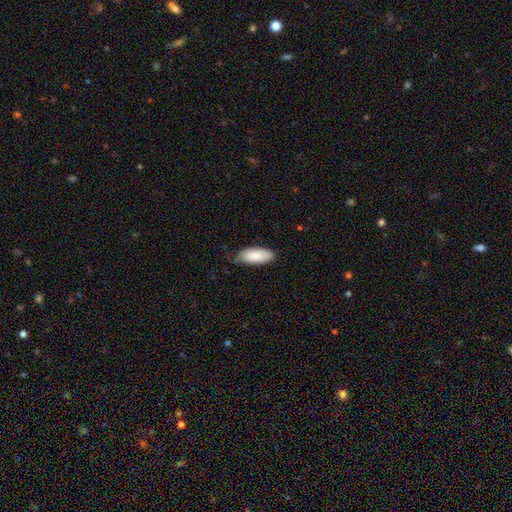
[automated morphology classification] A smooth galaxy with no disk features (86%) that is in between round and cigar-shaped (84%). Merging: none (71%).